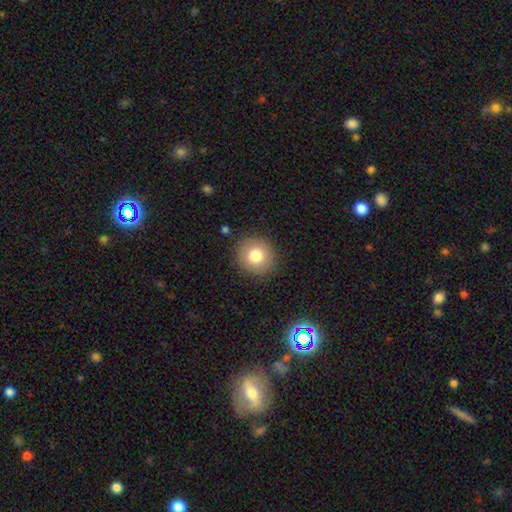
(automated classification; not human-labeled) smooth 78%, featured or disk 12%, star or artifact 10%. Down the decision tree: how rounded — round (92%); merging — none (89%).